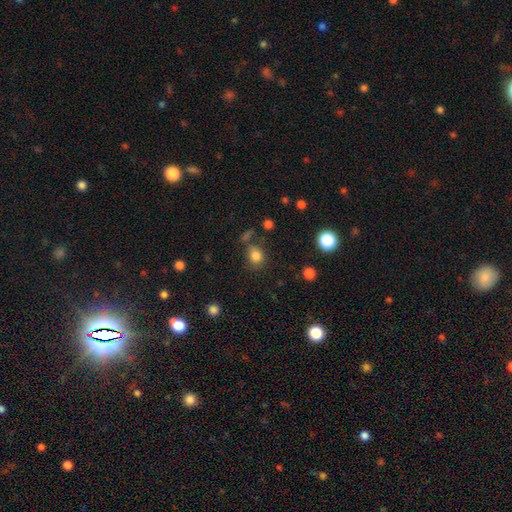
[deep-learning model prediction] The model was most divided on "how rounded": round: 68%, in between: 31%, cigar-shaped: 1%. More confident: smooth or featured — smooth (82%); merging — none (67%).